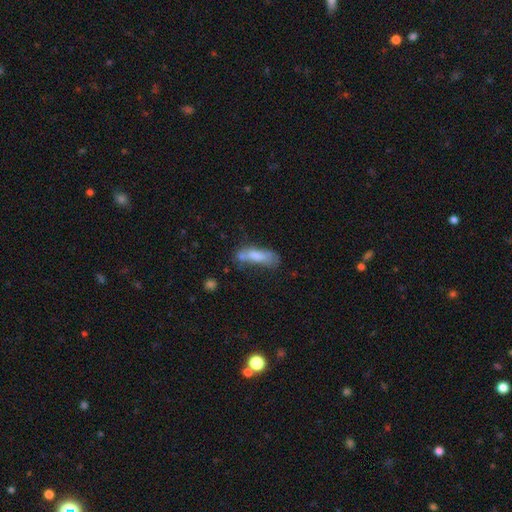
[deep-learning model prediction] smooth-or-featured: smooth: 67% | featured or disk: 23% | star or artifact: 10%
  how-rounded: in between: 53% | cigar-shaped: 44% | round: 2%
  merging: none: 35% | minor disturbance: 26% | major disturbance: 19% | merger: 19%